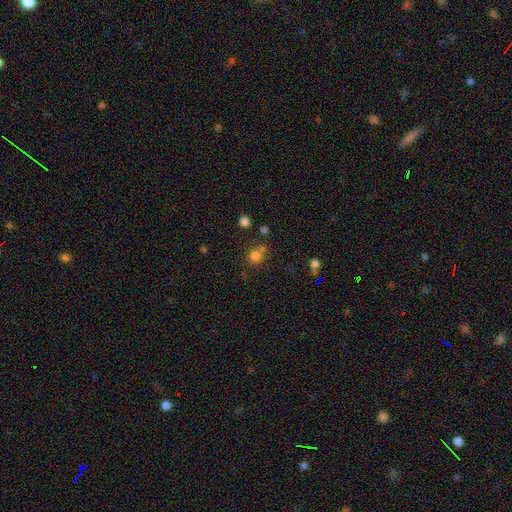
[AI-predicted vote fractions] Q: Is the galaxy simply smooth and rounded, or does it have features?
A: smooth — 77%.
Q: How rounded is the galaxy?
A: round — 86%.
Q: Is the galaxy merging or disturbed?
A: none — 62%.